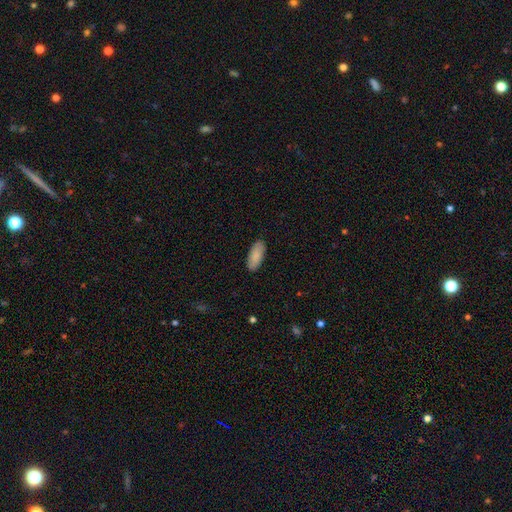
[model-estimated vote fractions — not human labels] Morphology: type=smooth (89%); roundness=in between (86%); merging=none (89%).